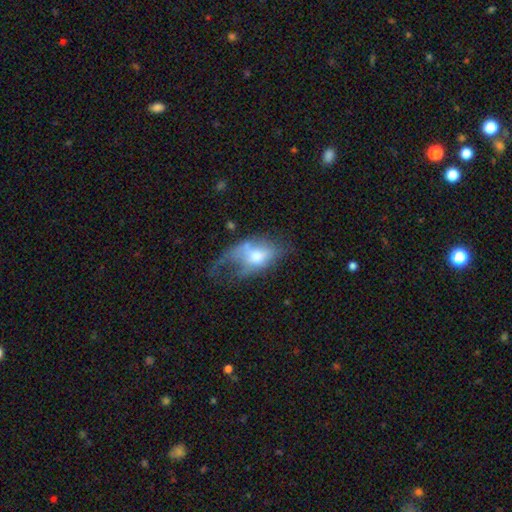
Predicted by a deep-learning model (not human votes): Smooth or featured?
  - smooth: 49% *
  - featured or disk: 42%
  - star or artifact: 9%
Merging?
  - major disturbance: 54% *
  - minor disturbance: 20%
  - none: 19%
  - merger: 6%